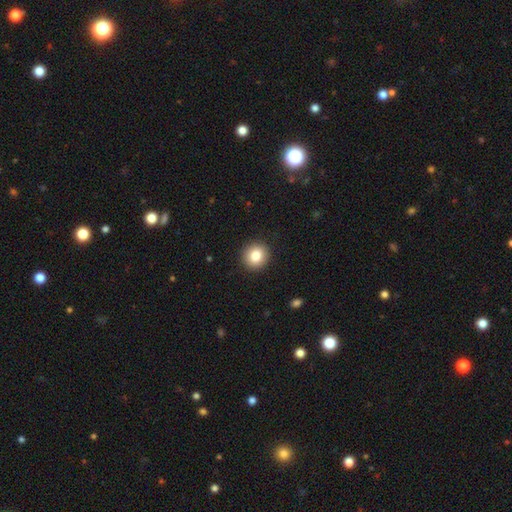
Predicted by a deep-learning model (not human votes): A smooth galaxy with no disk features (83%) that is round (92%). Merging: none (92%).